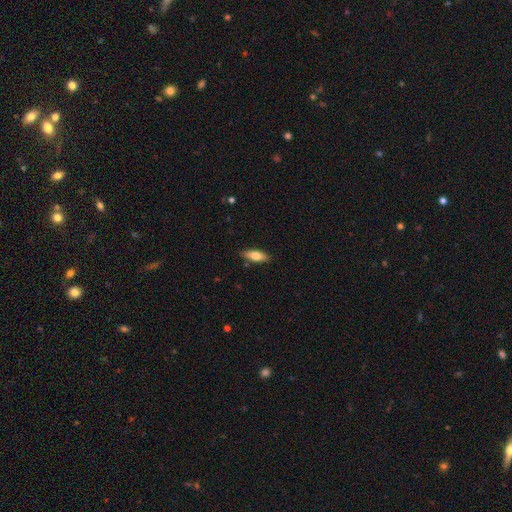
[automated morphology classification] A smooth galaxy with no disk features (73%) that is in between round and cigar-shaped (68%). Merging: none (86%).